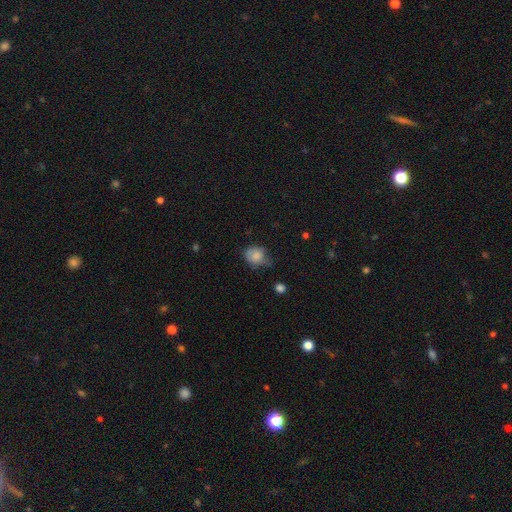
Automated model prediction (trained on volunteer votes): Morphology: type=smooth (76%); roundness=round (61%); merging=none (43%).